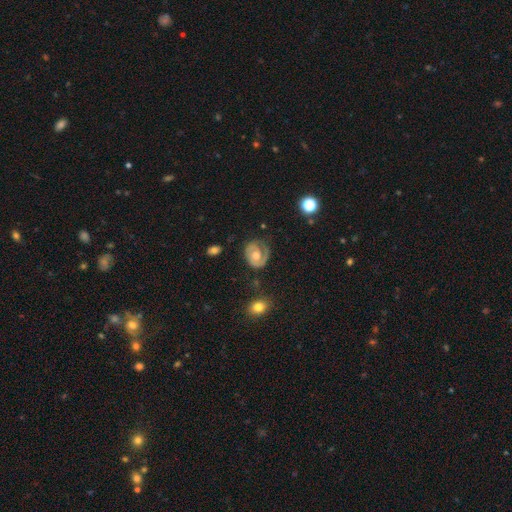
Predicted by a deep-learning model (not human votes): Smooth or featured?
  - featured or disk: 74% *
  - smooth: 20%
  - star or artifact: 6%
Edge-on disk?
  - no: 97% *
  - yes: 3%
Bar?
  - no: 71% *
  - weak: 25%
  - strong: 5%
Spiral arms?
  - yes: 87% *
  - no: 13%
Spiral winding?
  - tight: 59% *
  - medium: 31%
  - loose: 11%
Spiral arm count?
  - 1: 48% *
  - 2: 37%
  - can't tell: 11%
  - 3: 2%
  - 4: 1%
  - more than 4: 1%
Bulge size?
  - moderate: 66% *
  - small: 20%
  - large: 10%
  - none: 3%
  - dominant: 1%
Merging?
  - none: 62% *
  - minor disturbance: 22%
  - major disturbance: 14%
  - merger: 2%